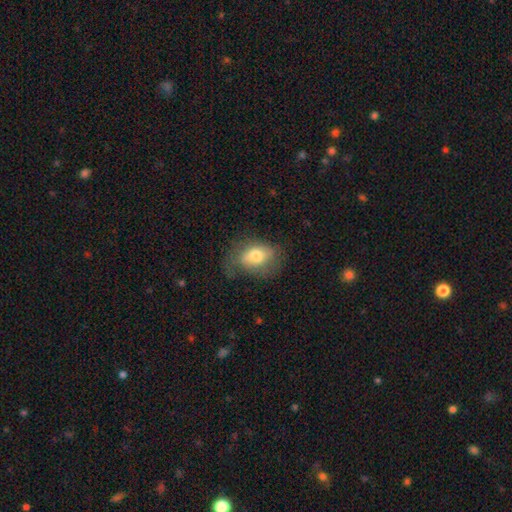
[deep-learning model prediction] smooth 71%, featured or disk 20%, star or artifact 8%. Down the decision tree: how rounded — in between (75%); merging — none (52%).